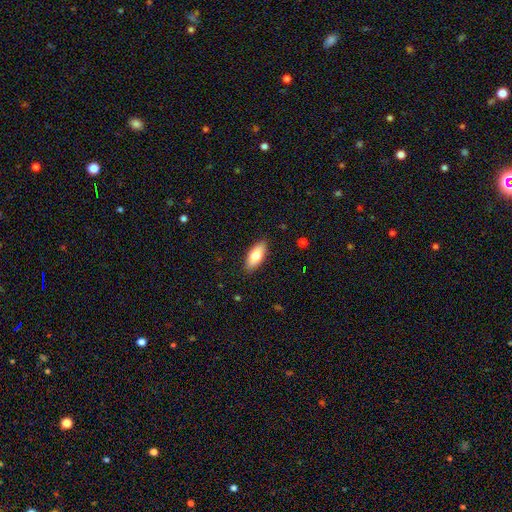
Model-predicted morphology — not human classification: Smooth or featured? smooth (76%)
How rounded? in between (82%)
Merging? none (88%)